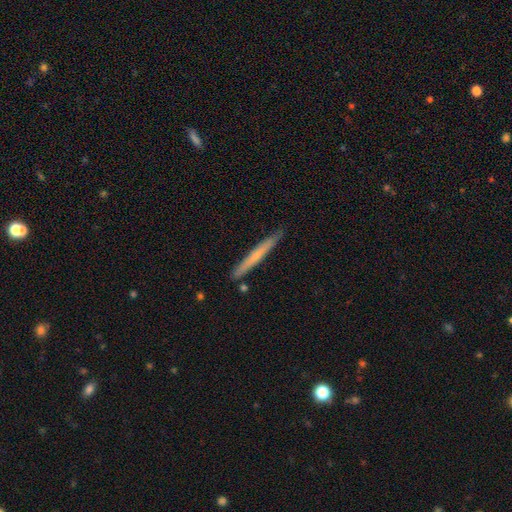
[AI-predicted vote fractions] smooth-or-featured: smooth: 56% | featured or disk: 39% | star or artifact: 5%
  how-rounded: cigar-shaped: 97% | in between: 2% | round: 1%
  merging: none: 87% | minor disturbance: 9% | merger: 2% | major disturbance: 1%